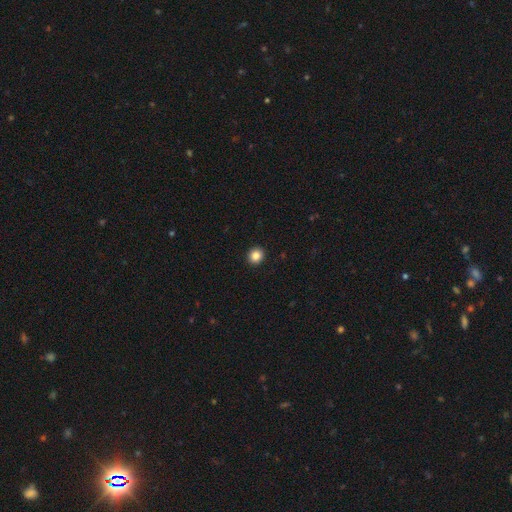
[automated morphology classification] Overall: smooth (85%). How rounded: round (88%). Merging: none (93%).